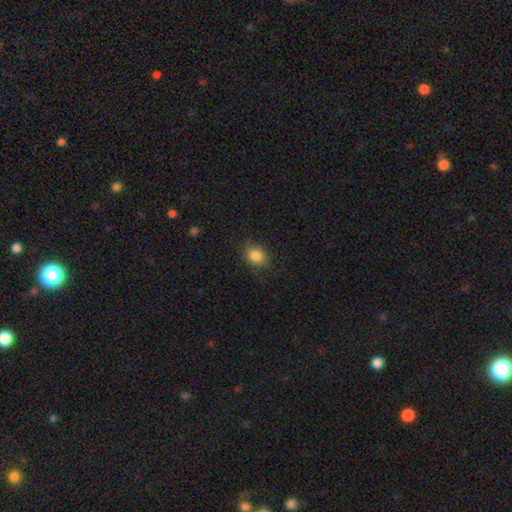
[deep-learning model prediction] smooth-or-featured: smooth: 85% | star or artifact: 9% | featured or disk: 5%
  how-rounded: round: 54% | in between: 45% | cigar-shaped: 1%
  merging: none: 80% | minor disturbance: 15% | major disturbance: 4% | merger: 1%